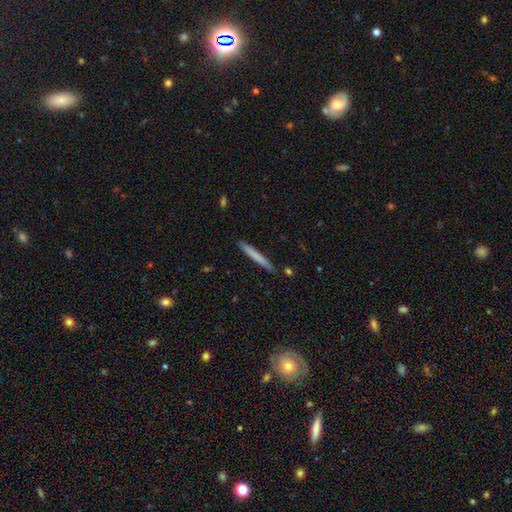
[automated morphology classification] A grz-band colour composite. It shows a smooth galaxy with no disk features (71%) that is cigar-shaped (97%). Merging: none (87%).